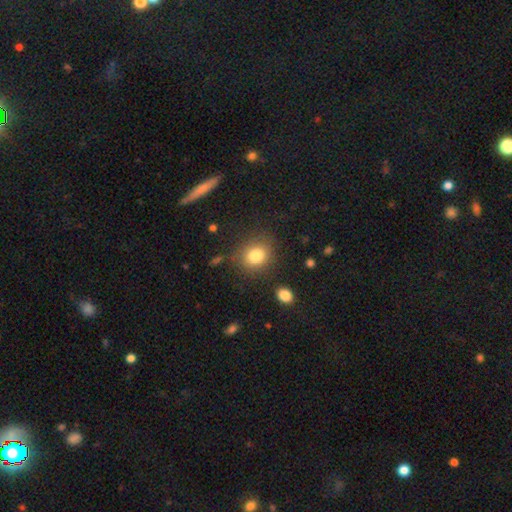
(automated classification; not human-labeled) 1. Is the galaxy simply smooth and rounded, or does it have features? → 81% smooth, 11% star or artifact, 8% featured or disk.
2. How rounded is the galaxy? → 69% round, 30% in between, 1% cigar-shaped.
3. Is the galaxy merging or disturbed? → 82% none, 11% minor disturbance, 4% major disturbance, 3% merger.